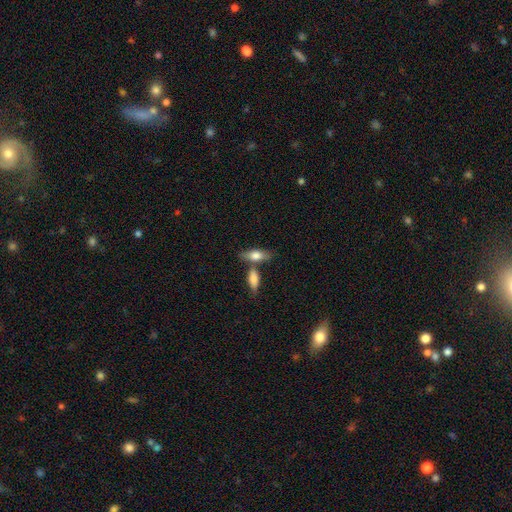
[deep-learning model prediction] Smooth or featured?
  - smooth: 69% *
  - featured or disk: 25%
  - star or artifact: 6%
How rounded?
  - in between: 71% *
  - cigar-shaped: 25%
  - round: 5%
Merging?
  - none: 53% *
  - merger: 31%
  - minor disturbance: 12%
  - major disturbance: 4%